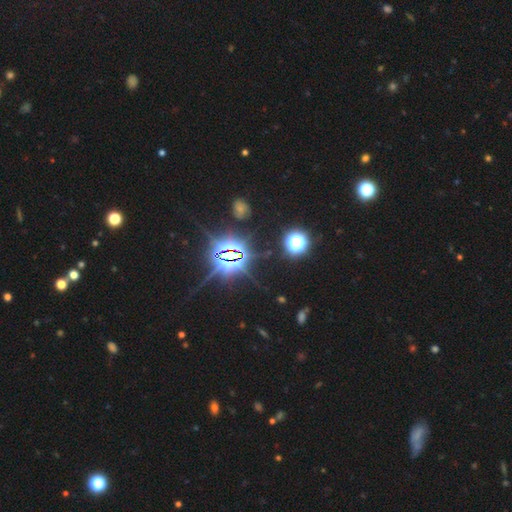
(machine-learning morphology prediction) type=star or artifact (84%).